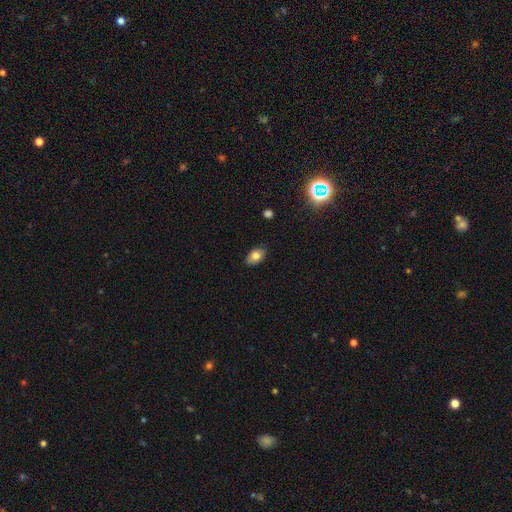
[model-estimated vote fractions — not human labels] smooth 78%, featured or disk 13%, star or artifact 9%. Down the decision tree: how rounded — in between (90%); merging — none (85%).